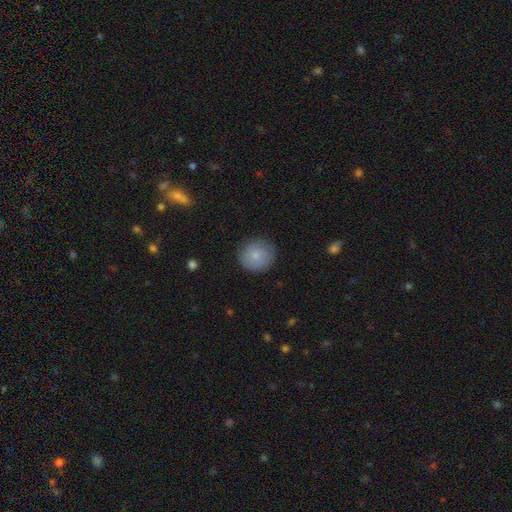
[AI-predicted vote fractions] smooth-or-featured: smooth: 75% | featured or disk: 18% | star or artifact: 7%
  how-rounded: round: 86% | in between: 13% | cigar-shaped: 1%
  merging: none: 80% | minor disturbance: 15% | major disturbance: 4% | merger: 1%